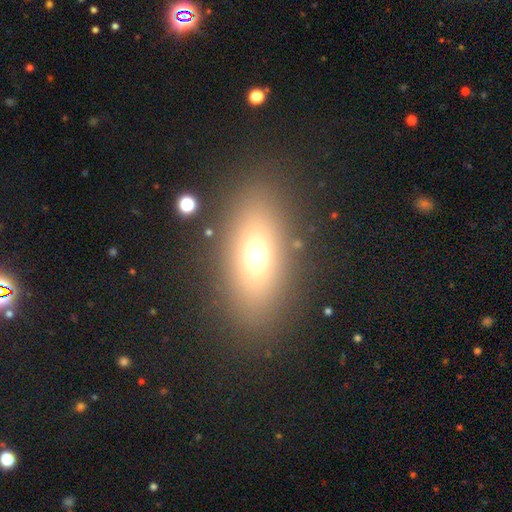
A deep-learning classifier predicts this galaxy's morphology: Smooth or featured? Predicted: smooth (p=0.67). How rounded? Predicted: in between (p=0.77). Merging? Predicted: none (p=0.85).